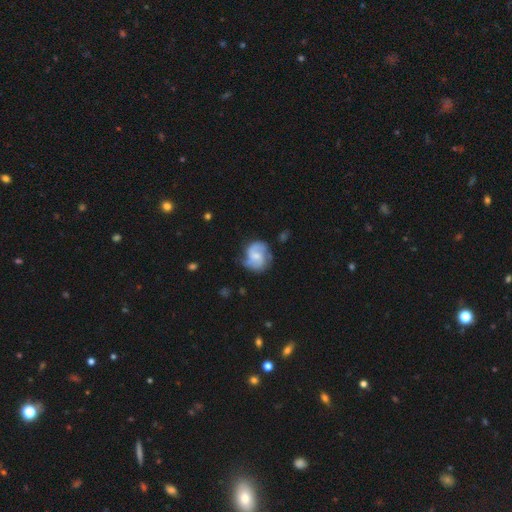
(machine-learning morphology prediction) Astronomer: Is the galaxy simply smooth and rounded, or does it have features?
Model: featured or disk — 72%.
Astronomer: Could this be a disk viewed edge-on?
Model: no — 98%.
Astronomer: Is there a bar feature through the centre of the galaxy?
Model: weak — 48% (runner-up: no, 43%).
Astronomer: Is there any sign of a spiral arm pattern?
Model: yes — 92%.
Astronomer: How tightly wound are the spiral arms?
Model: medium — 48% (runner-up: loose, 30%).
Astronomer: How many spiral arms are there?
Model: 2 — 80%.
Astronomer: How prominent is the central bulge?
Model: small — 45% (runner-up: moderate, 38%).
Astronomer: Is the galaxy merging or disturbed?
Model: none — 63%.